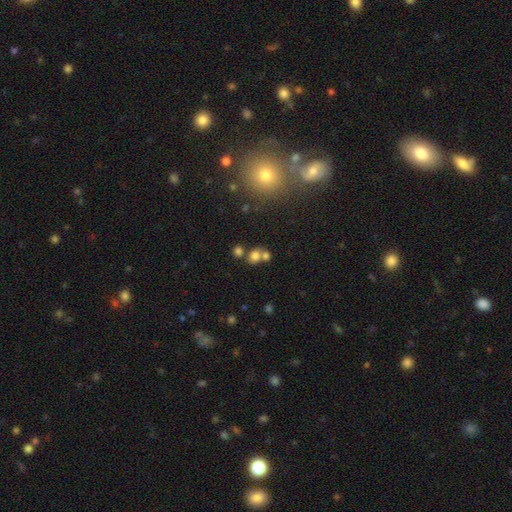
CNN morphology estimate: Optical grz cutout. It shows a smooth galaxy with no disk features (72%) that is round (69%). Merging: merger (47%).